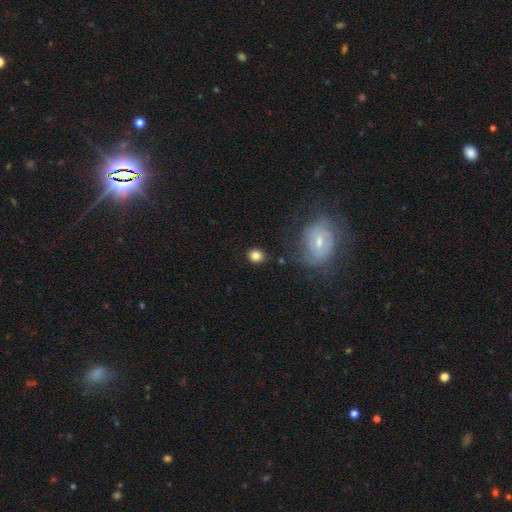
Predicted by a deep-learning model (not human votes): Q: Smooth or featured?
A: smooth (82%); runner-up: star or artifact (9%)
Q: How rounded?
A: round (64%); runner-up: in between (35%)
Q: Merging?
A: none (82%); runner-up: minor disturbance (11%)